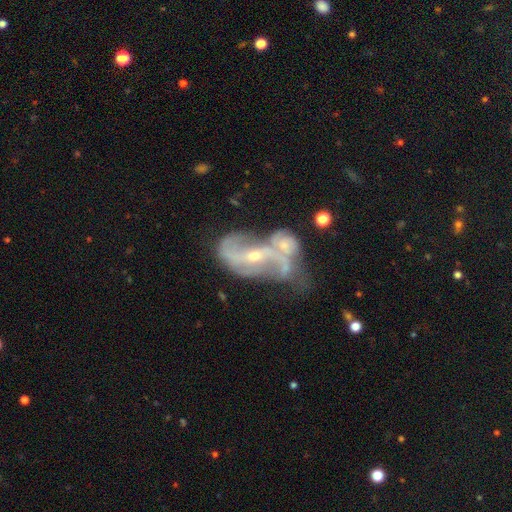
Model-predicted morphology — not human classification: This is clearly a featured or disk galaxy (85%). It is clearly not viewed edge-on (96%). Bar: marginally weak (34%). Spiral arm pattern: clearly yes (89%). Spiral arm count: likely 2 (80%). Spiral winding: possibly loose (54%). Central bulge: likely small (66%). Merging: possibly merger (52%).